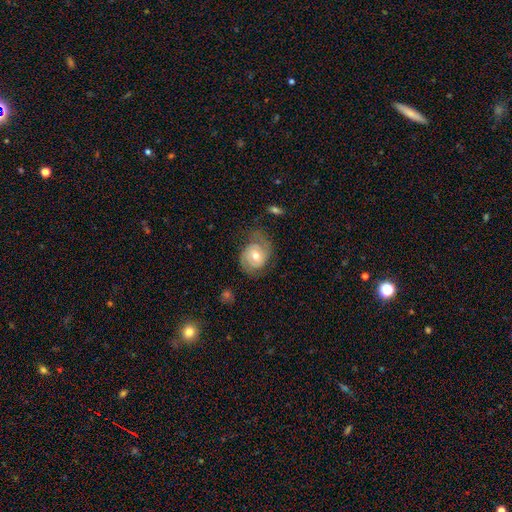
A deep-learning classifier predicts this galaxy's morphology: The model was most divided on "spiral winding": tight: 43%, medium: 40%, loose: 18%. More confident: edge-on disk — no (97%); spiral arms — yes (87%); spiral arm count — 2 (77%); smooth or featured — featured or disk (70%); bulge size — moderate (69%); bar — no (62%); merging — none (59%).